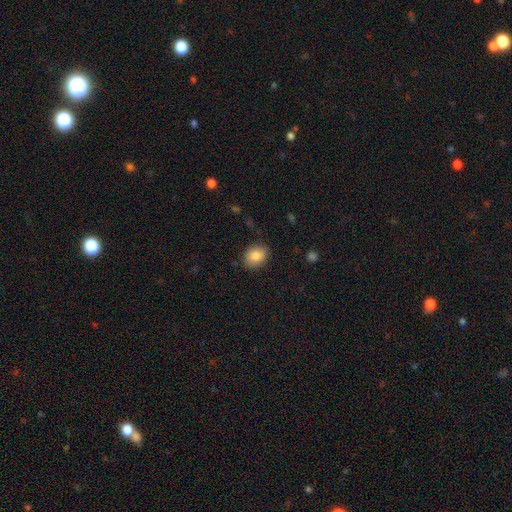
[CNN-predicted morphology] smooth_or_featured: smooth (p=0.83) [alt: star or artifact p=0.08]
how_rounded: in between (p=0.53) [alt: round p=0.46]
merging: none (p=0.85) [alt: minor disturbance p=0.11]